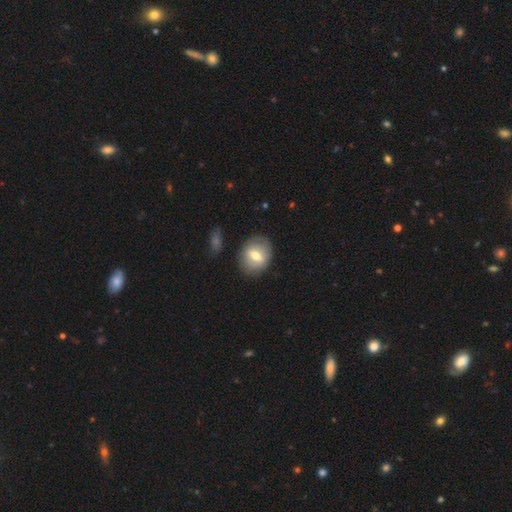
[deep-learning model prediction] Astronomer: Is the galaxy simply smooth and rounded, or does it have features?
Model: smooth — 55% (runner-up: featured or disk, 38%).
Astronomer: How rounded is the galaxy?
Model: round — 54% (runner-up: in between, 44%).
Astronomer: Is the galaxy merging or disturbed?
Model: none — 81%.